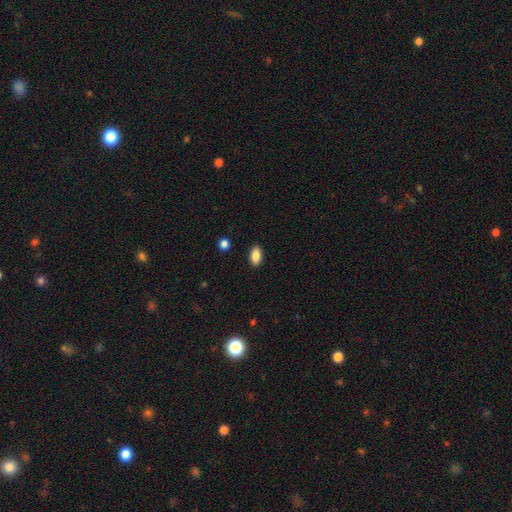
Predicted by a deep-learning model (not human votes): The model was most divided on "smooth or featured": smooth: 87%, star or artifact: 8%, featured or disk: 6%. More confident: how rounded — in between (92%); merging — none (90%).